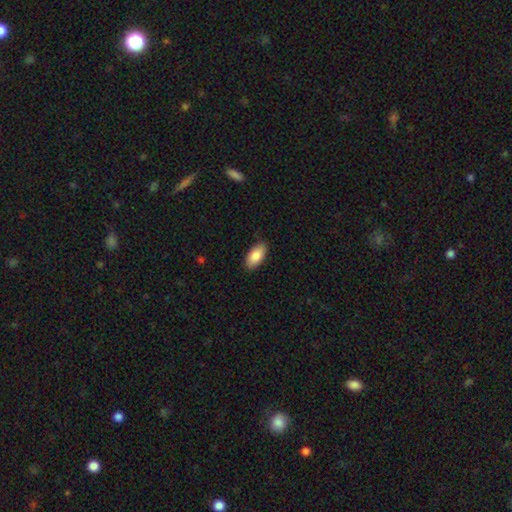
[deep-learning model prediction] Smooth or featured? Predicted: smooth (p=0.87). How rounded? Predicted: in between (p=0.92). Merging? Predicted: none (p=0.86).